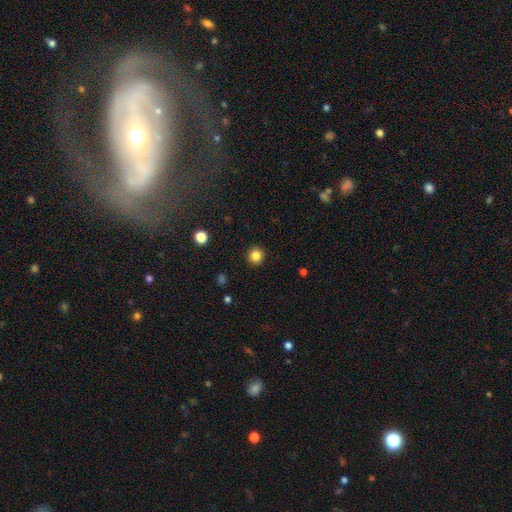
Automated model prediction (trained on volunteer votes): Smooth or featured? smooth (84%)
How rounded? round (94%)
Merging? none (93%)